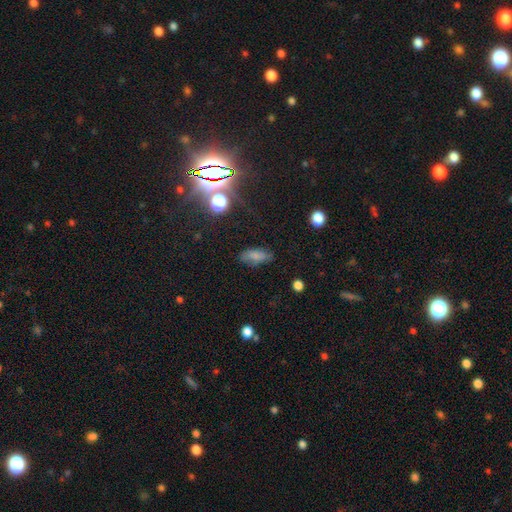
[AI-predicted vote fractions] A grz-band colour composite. It shows a smooth galaxy with no disk features (73%) that is in between round and cigar-shaped (79%). Merging: none (74%).